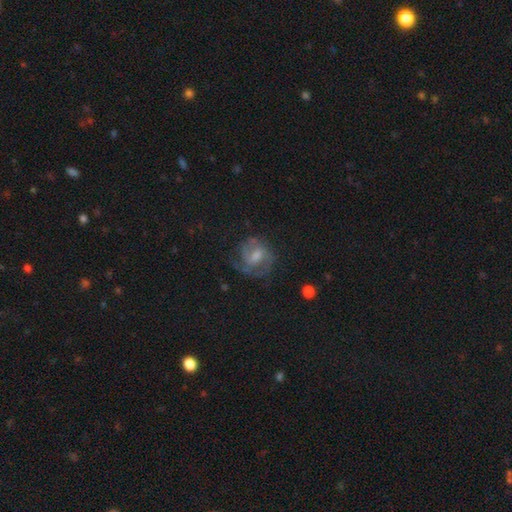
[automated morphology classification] A featured or disk galaxy (70%) with a weak bar (49%), 2 (42%) medium (46%) spiral arms (89%) and a moderate central bulge (47%).

Vote fractions:
- Smooth or featured? featured or disk: 70% / smooth: 21% / star or artifact: 8%
- Edge-on disk? no: 97% / yes: 3%
- Bar? weak: 49% / no: 42% / strong: 10%
- Spiral arms? yes: 89% / no: 11%
- Spiral winding? medium: 46% / tight: 38% / loose: 17%
- Spiral arm count? 2: 42% / can't tell: 25% / 3: 17% / 1: 9% / 4: 4% / more than 4: 3%
- Bulge size? moderate: 47% / small: 30% / none: 12% / large: 10% / dominant: 1%
- Merging? none: 58% / minor disturbance: 21% / major disturbance: 19% / merger: 2%